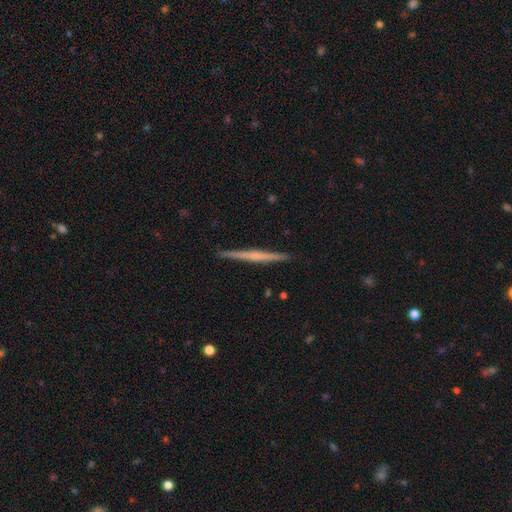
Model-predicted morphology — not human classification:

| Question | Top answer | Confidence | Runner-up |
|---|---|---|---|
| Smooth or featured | featured or disk | 64% | smooth (30%) |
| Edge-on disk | yes | 98% | no (2%) |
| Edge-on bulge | none | 58% | rounded (31%) |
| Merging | none | 92% | minor disturbance (5%) |